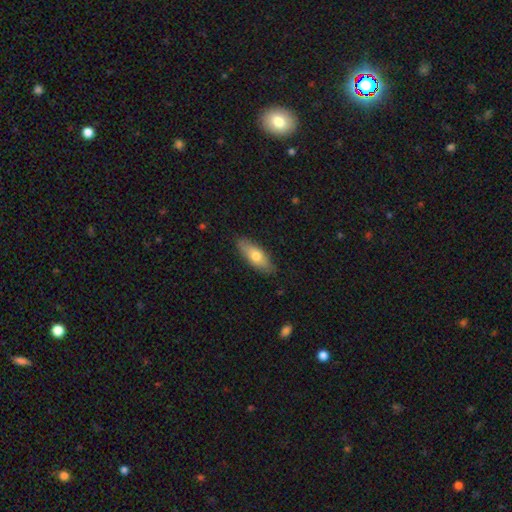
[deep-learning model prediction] smooth 69%, featured or disk 25%, star or artifact 6%. Down the decision tree: how rounded — in between (66%); merging — none (86%).